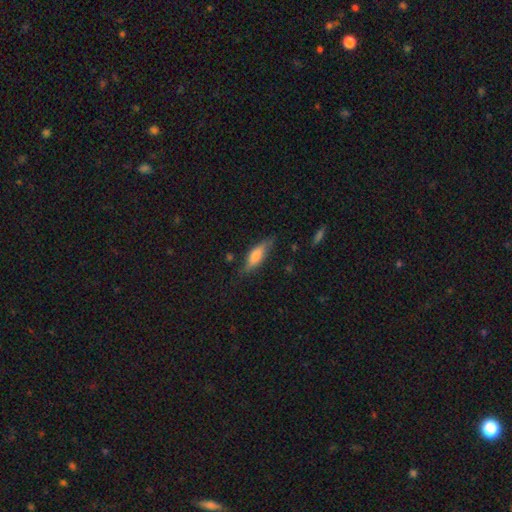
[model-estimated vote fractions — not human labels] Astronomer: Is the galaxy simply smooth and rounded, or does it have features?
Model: smooth — 63%.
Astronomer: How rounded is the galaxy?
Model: in between — 53% (runner-up: cigar-shaped, 44%).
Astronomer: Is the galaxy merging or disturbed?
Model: none — 70%.